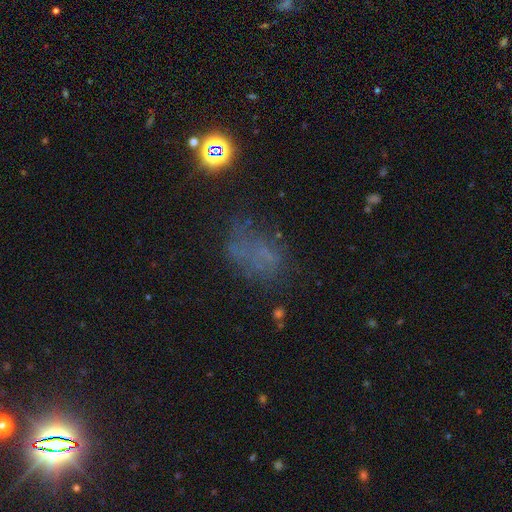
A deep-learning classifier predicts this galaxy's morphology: Smooth or featured? smooth (38%)
Merging? none (48%)